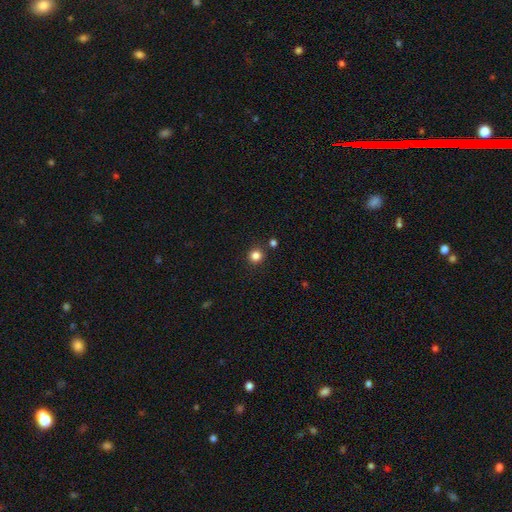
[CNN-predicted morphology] Smooth or featured?
  - smooth: 83% *
  - star or artifact: 13%
  - featured or disk: 4%
How rounded?
  - round: 92% *
  - in between: 7%
  - cigar-shaped: 1%
Merging?
  - none: 87% *
  - minor disturbance: 6%
  - merger: 4%
  - major disturbance: 2%